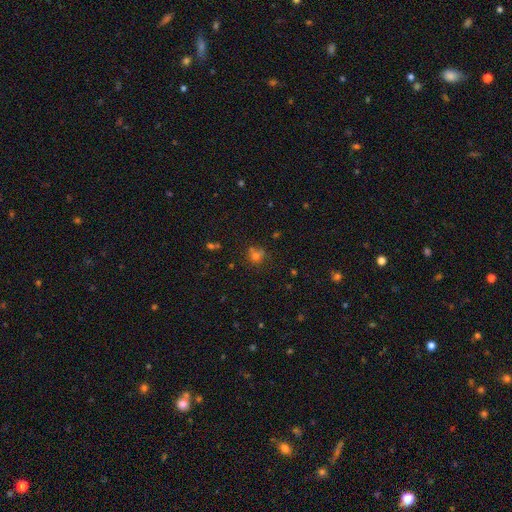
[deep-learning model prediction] Smooth or featured?
  - smooth: 66% *
  - star or artifact: 23%
  - featured or disk: 11%
How rounded?
  - round: 80% *
  - in between: 19%
  - cigar-shaped: 1%
Merging?
  - none: 59% *
  - merger: 18%
  - minor disturbance: 17%
  - major disturbance: 7%